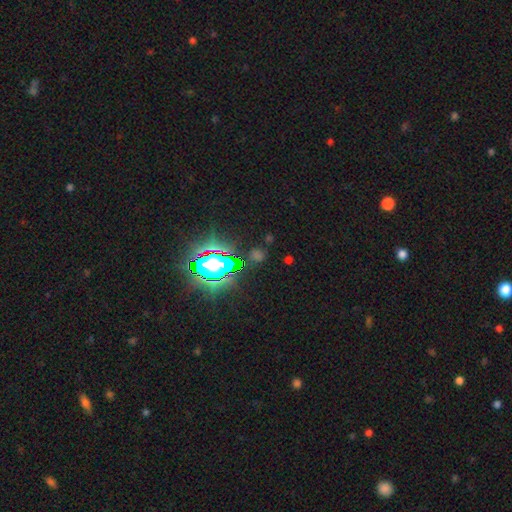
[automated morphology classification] A star or artifact, not a galaxy (69%).